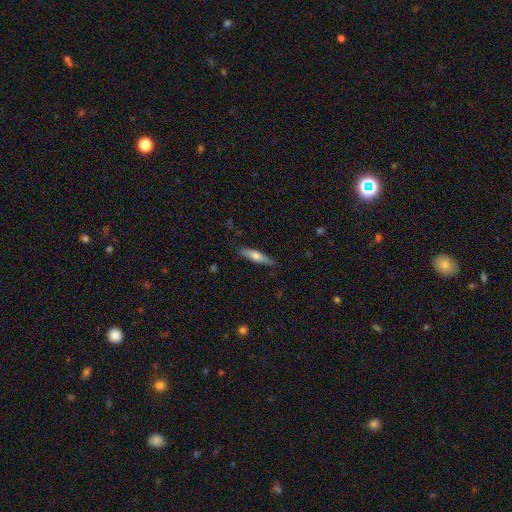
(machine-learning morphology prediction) smooth-or-featured: smooth: 58% | featured or disk: 36% | star or artifact: 6%
  how-rounded: cigar-shaped: 76% | in between: 22% | round: 2%
  merging: none: 84% | minor disturbance: 13% | major disturbance: 2% | merger: 1%